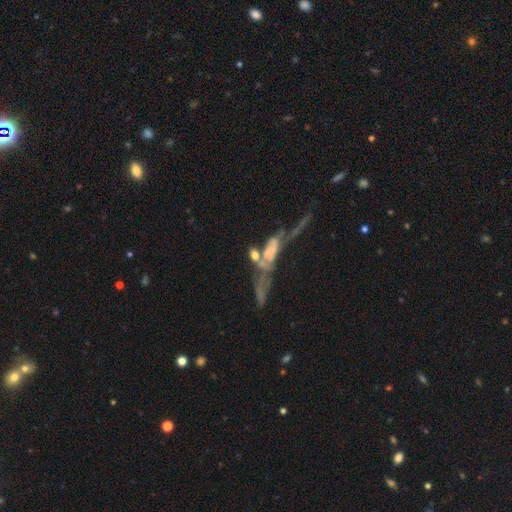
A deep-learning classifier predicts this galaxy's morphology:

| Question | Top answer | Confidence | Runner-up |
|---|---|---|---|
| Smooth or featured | featured or disk | 46% | smooth (40%) |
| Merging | merger | 55% | major disturbance (23%) |